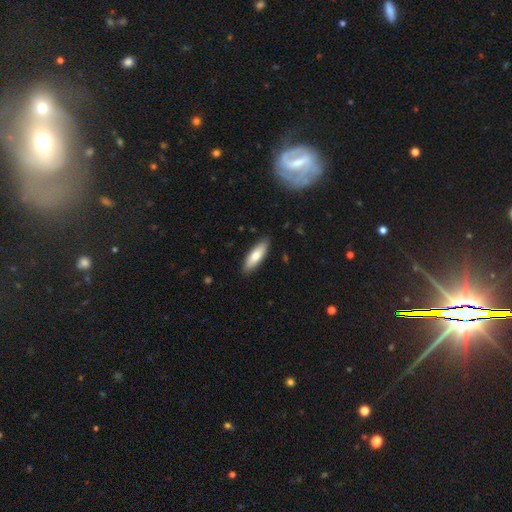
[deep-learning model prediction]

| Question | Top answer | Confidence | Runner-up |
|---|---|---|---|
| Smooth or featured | smooth | 75% | featured or disk (19%) |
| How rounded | in between | 56% | cigar-shaped (43%) |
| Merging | none | 88% | minor disturbance (9%) |